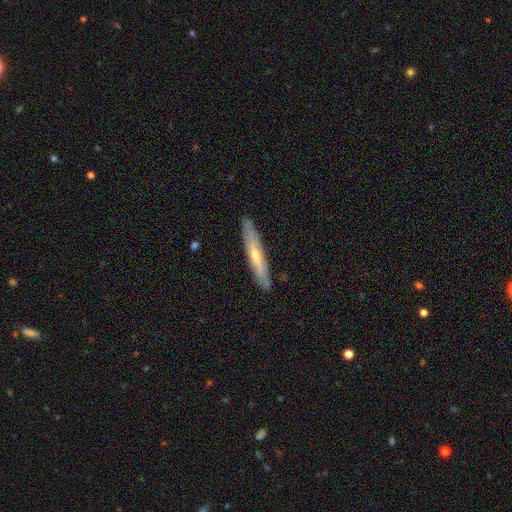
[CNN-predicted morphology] The model was most divided on "smooth or featured": featured or disk: 56%, smooth: 38%, star or artifact: 6%. More confident: merging — none (84%); edge-on disk — yes (70%).